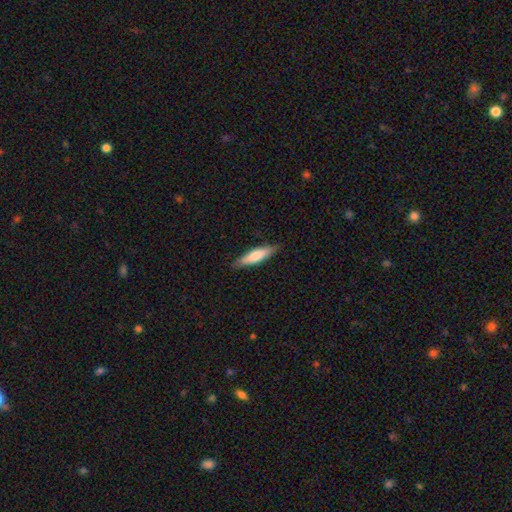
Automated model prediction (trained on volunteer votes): Overall: smooth (70%). How rounded: cigar-shaped (69%; in between 29%). Merging: none (86%).